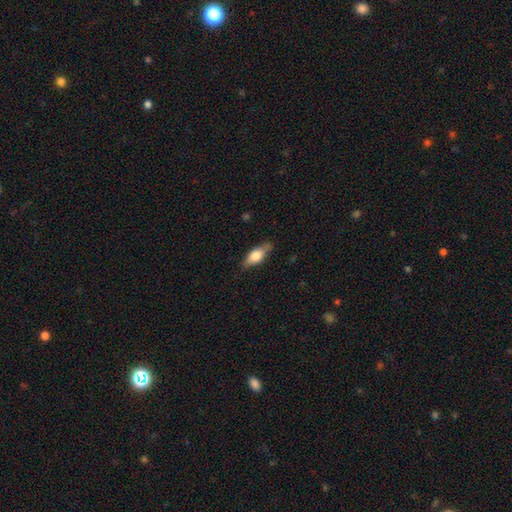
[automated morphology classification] type=smooth (65%); roundness=in between (72%); merging=none (78%).